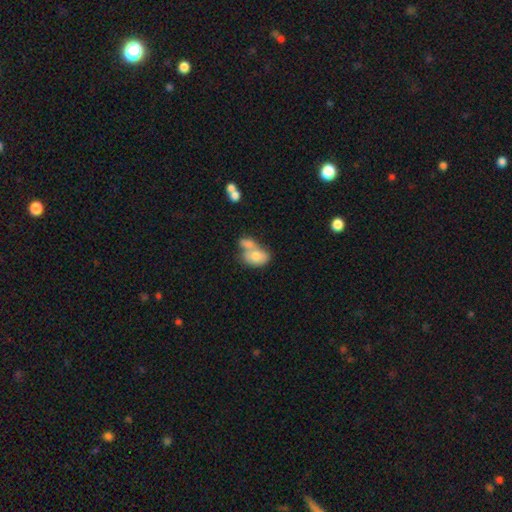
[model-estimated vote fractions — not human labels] This appears to be a smooth galaxy with no disk features (70%) that is in between round and cigar-shaped (79%). Merging: merger (62%).